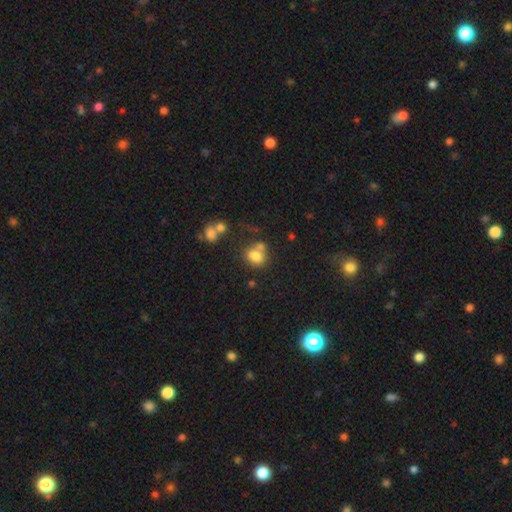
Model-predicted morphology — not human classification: This appears to be a smooth galaxy with no disk features (77%) that is in between round and cigar-shaped (50%). Merging: none (46%).